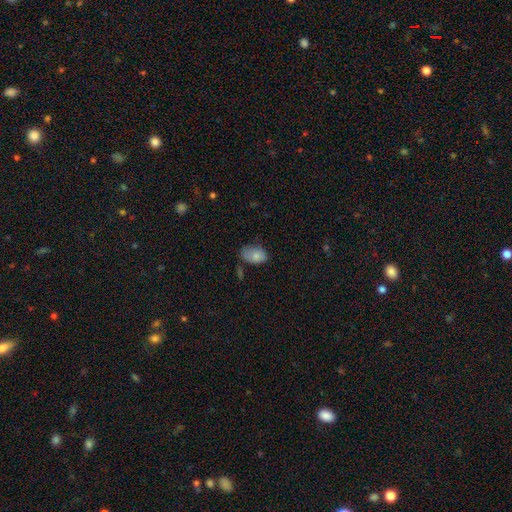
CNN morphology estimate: This appears to be a smooth galaxy with no disk features (80%) that is in between round and cigar-shaped (86%). Merging: none (48%).